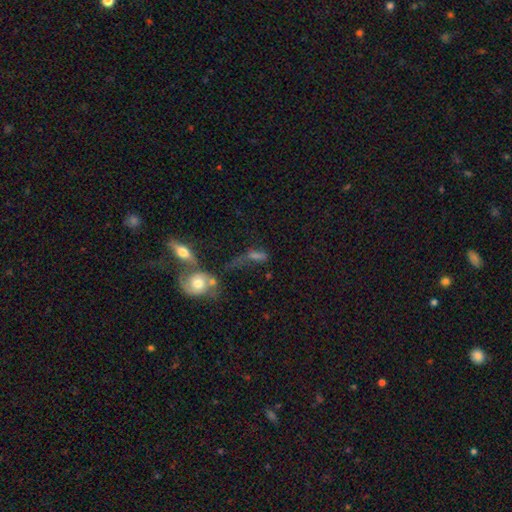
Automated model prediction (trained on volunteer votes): smooth_or_featured: smooth (p=0.42) [tied with: featured or disk p=0.42]
merging: merger (p=0.33) [alt: none p=0.28]